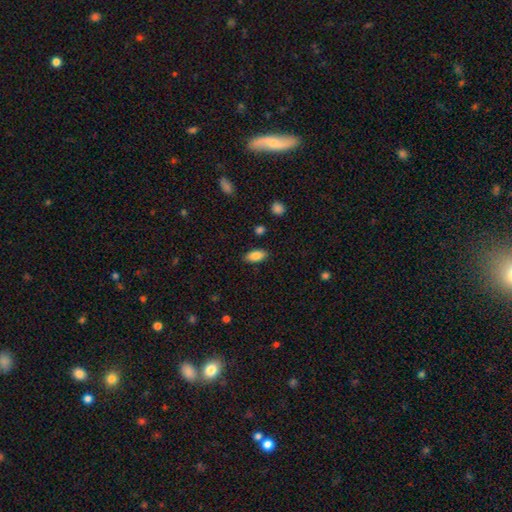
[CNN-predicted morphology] This is clearly a smooth galaxy (85%). How rounded: clearly in between (89%). Merging: clearly none (86%).